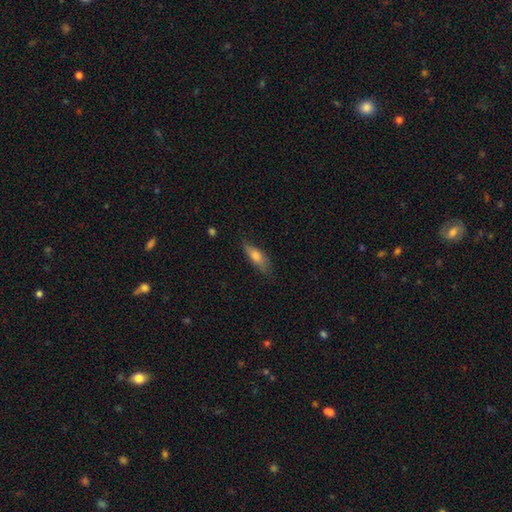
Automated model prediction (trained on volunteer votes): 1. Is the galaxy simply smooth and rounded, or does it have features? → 69% smooth, 24% featured or disk, 7% star or artifact.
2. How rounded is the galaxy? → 55% in between, 43% cigar-shaped, 3% round.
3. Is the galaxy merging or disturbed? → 72% none, 21% minor disturbance, 5% major disturbance, 1% merger.